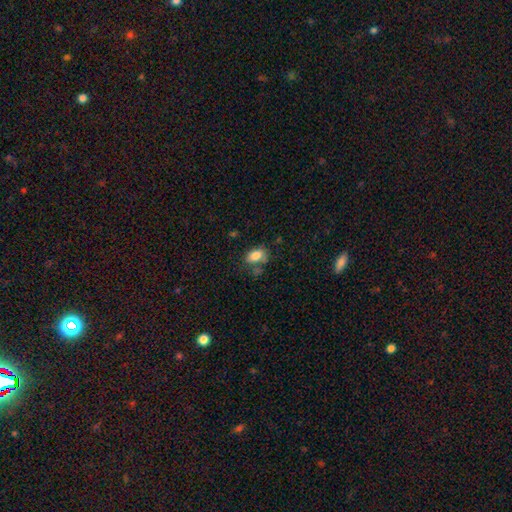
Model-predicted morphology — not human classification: The model was most divided on "merging": none: 61%, minor disturbance: 21%, merger: 11%, major disturbance: 7%. More confident: how rounded — in between (88%); smooth or featured — smooth (82%).